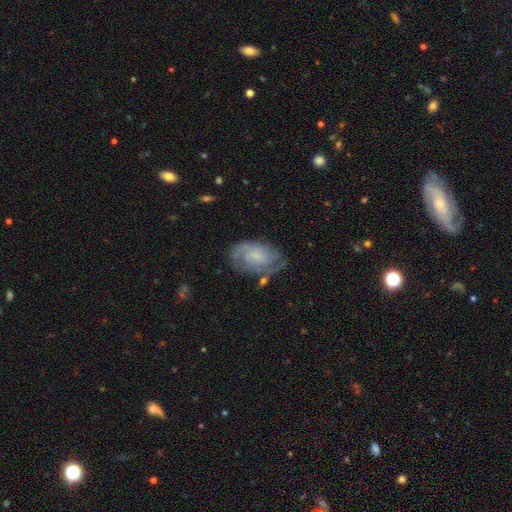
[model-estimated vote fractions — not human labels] smooth-or-featured: featured or disk: 71% | smooth: 22% | star or artifact: 7%
  disk-edge-on: no: 97% | yes: 3%
    bar: no: 61% | weak: 34% | strong: 6%
    has-spiral-arms: yes: 91% | no: 9%
      spiral-winding: tight: 53% | medium: 36% | loose: 11%
      spiral-arm-count: 2: 48% | can't tell: 30% | 3: 10% | 1: 6% | 4: 3% | more than 4: 3%
    bulge-size: small: 64% | moderate: 17% | none: 15% | large: 2% | dominant: 1%
  merging: none: 66% | minor disturbance: 21% | major disturbance: 9% | merger: 4%